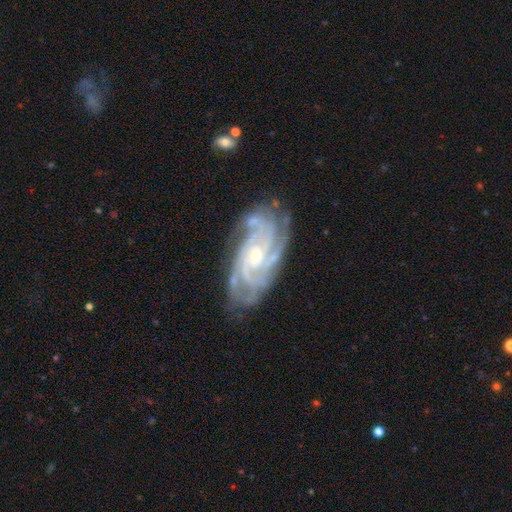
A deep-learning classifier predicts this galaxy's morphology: smooth_or_featured: featured or disk (p=0.90) [alt: star or artifact p=0.05]
disk_edge_on: no (p=0.96) [alt: yes p=0.04]
bar: no (p=0.61) [alt: weak p=0.30]
has_spiral_arms: yes (p=0.98) [alt: no p=0.02]
spiral_winding: tight (p=0.68) [alt: medium p=0.28]
spiral_arm_count: 4 (p=0.34) [alt: 3 p=0.27]
bulge_size: small (p=0.57) [alt: moderate p=0.38]
merging: none (p=0.75) [alt: minor disturbance p=0.18]